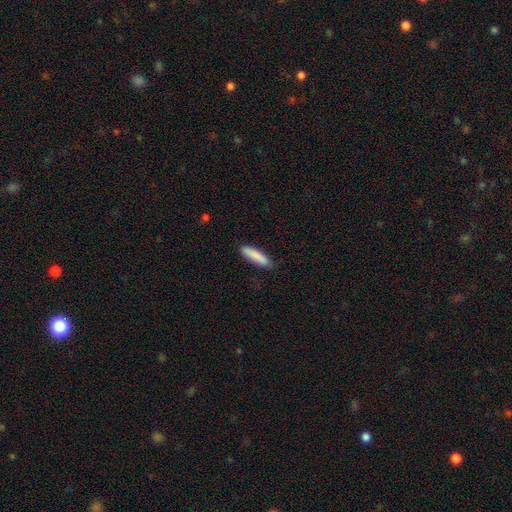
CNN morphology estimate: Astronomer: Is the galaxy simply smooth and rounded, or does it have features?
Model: smooth — 86%.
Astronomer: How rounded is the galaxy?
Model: cigar-shaped — 77%.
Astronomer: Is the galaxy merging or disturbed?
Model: none — 82%.